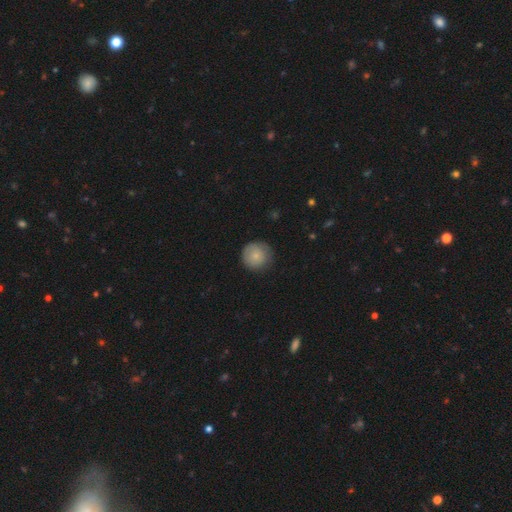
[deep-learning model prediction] A smooth galaxy with no disk features (78%) that is round (94%).

Vote fractions:
- Smooth or featured? smooth: 78% / featured or disk: 15% / star or artifact: 7%
- How rounded? round: 94% / in between: 5% / cigar-shaped: 1%
- Merging? none: 80% / minor disturbance: 15% / major disturbance: 4% / merger: 1%